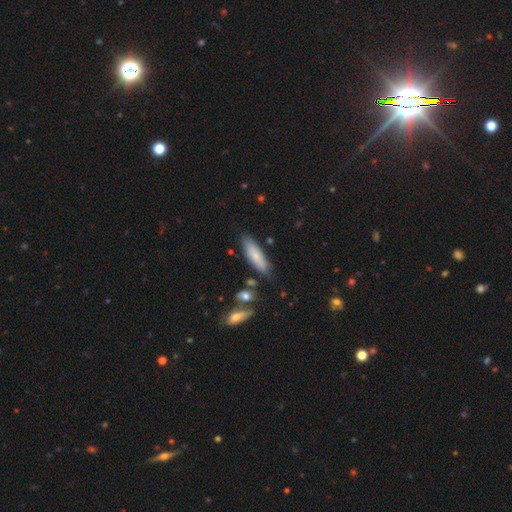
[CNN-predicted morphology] type=smooth (75%); roundness=cigar-shaped (56%); merging=none (79%).